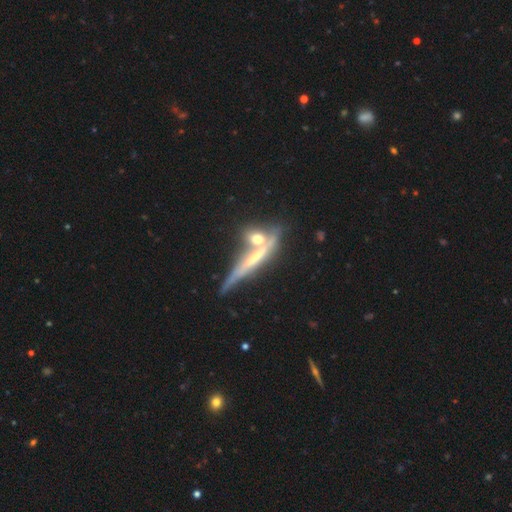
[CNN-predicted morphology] This is likely a featured or disk galaxy (65%). It is clearly viewed edge-on (84%). Edge-on bulge: possibly none (50%). Merging: possibly none (46%).